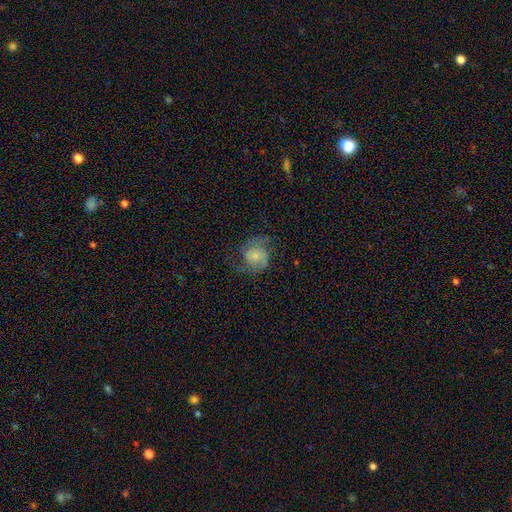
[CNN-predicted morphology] smooth_or_featured: featured or disk (p=0.55) [alt: smooth p=0.37]
disk_edge_on: no (p=0.98) [alt: yes p=0.02]
bar: no (p=0.70) [alt: weak p=0.25]
has_spiral_arms: yes (p=0.86) [alt: no p=0.14]
bulge_size: small (p=0.55) [alt: moderate p=0.28]
merging: none (p=0.57) [alt: minor disturbance p=0.22]